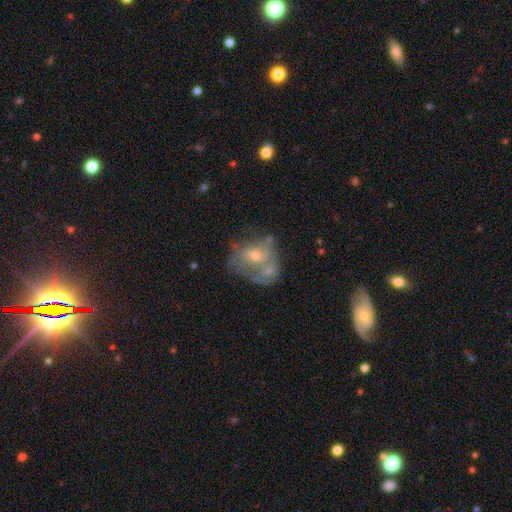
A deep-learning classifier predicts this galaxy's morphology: Smooth or featured? Predicted: featured or disk (p=0.61). Edge-on disk? Predicted: no (p=0.97). Bar? Predicted: no (p=0.70). Spiral arms? Predicted: yes (p=0.51). Bulge size? Predicted: small (p=0.57). Merging? Predicted: merger (p=0.35).